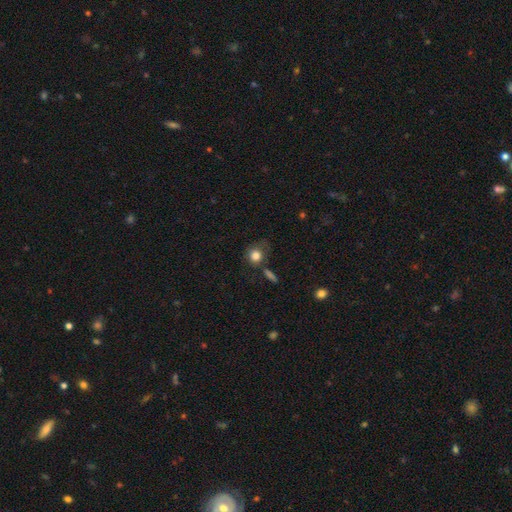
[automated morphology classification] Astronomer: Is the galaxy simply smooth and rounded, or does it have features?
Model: smooth — 81%.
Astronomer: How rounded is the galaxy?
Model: round — 75%.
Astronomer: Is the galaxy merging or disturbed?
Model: none — 53%.